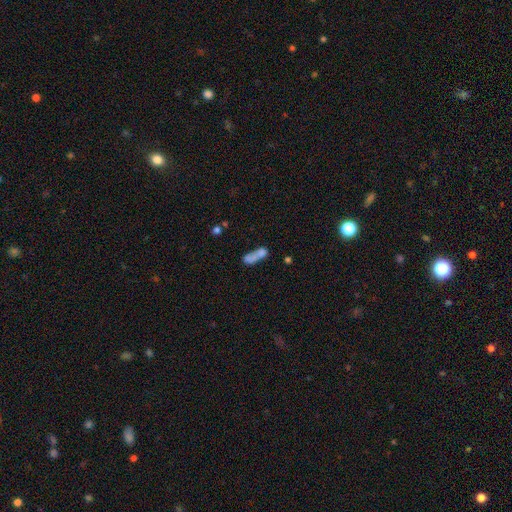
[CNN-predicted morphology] Smooth or featured? Predicted: smooth (p=0.63). How rounded? Predicted: in between (p=0.57). Merging? Predicted: merger (p=0.48).